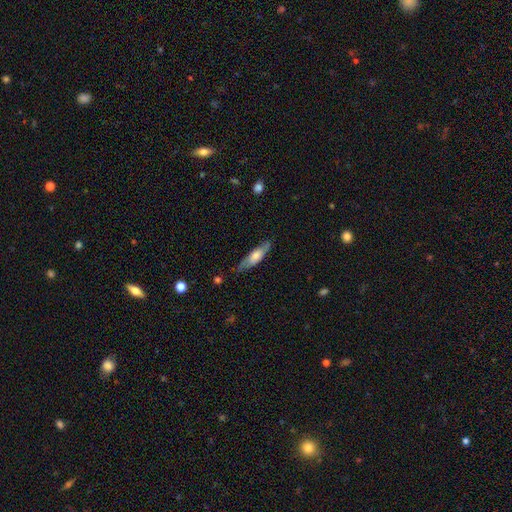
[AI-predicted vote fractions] The model was most divided on "smooth or featured": smooth: 55%, featured or disk: 39%, star or artifact: 6%. More confident: merging — none (75%); how rounded — cigar-shaped (63%).